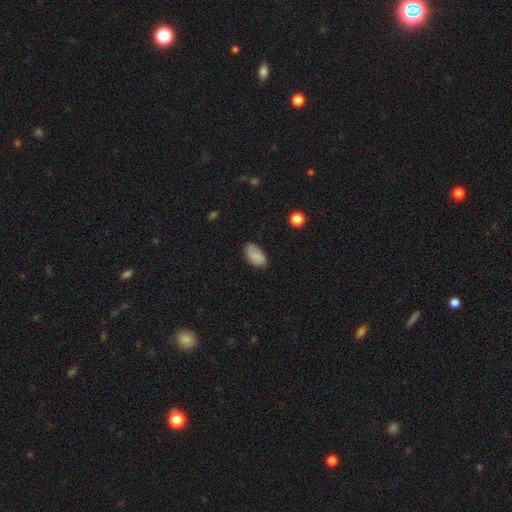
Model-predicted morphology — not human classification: This appears to be a smooth galaxy with no disk features (82%) that is in between round and cigar-shaped (94%). Merging: none (78%).